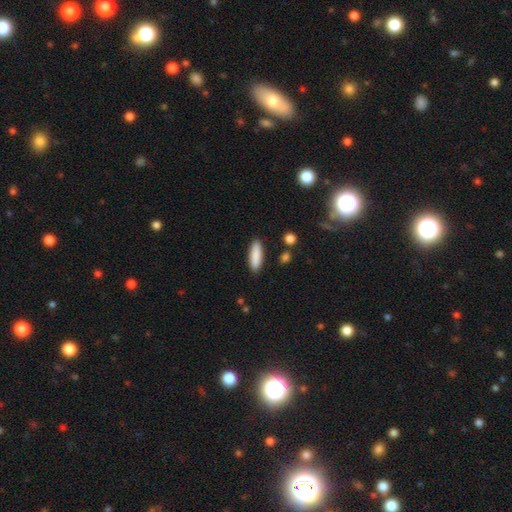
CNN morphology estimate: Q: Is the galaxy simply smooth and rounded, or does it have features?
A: smooth — 88%.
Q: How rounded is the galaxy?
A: cigar-shaped — 49%, tied with in between.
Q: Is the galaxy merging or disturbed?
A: none — 88%.